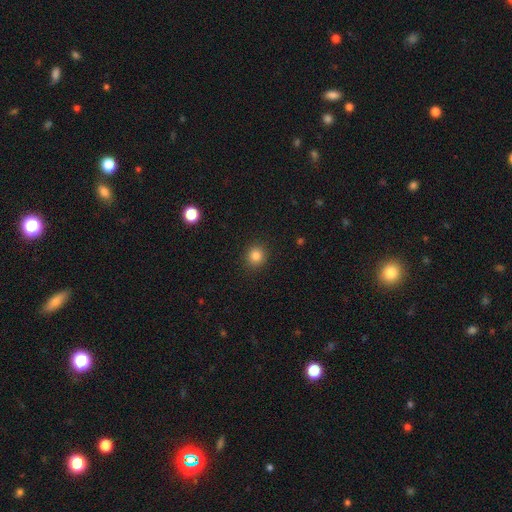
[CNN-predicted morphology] Smooth or featured?
  - smooth: 84% *
  - star or artifact: 12%
  - featured or disk: 4%
How rounded?
  - round: 86% *
  - in between: 13%
  - cigar-shaped: 1%
Merging?
  - none: 90% *
  - minor disturbance: 6%
  - major disturbance: 2%
  - merger: 1%